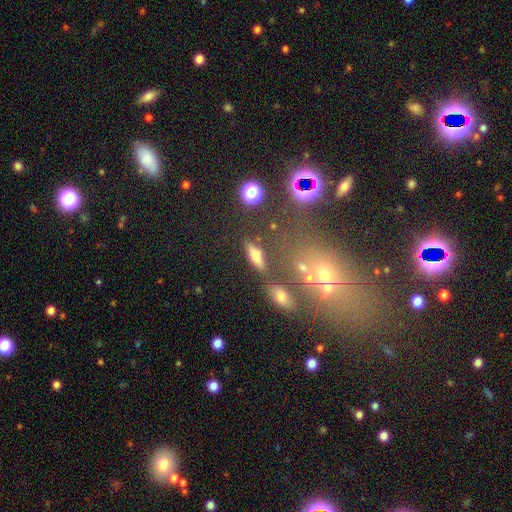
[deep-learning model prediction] Overall: smooth (63%; featured or disk 23%). How rounded: cigar-shaped (49%; in between 45%). Merging: none (68%).